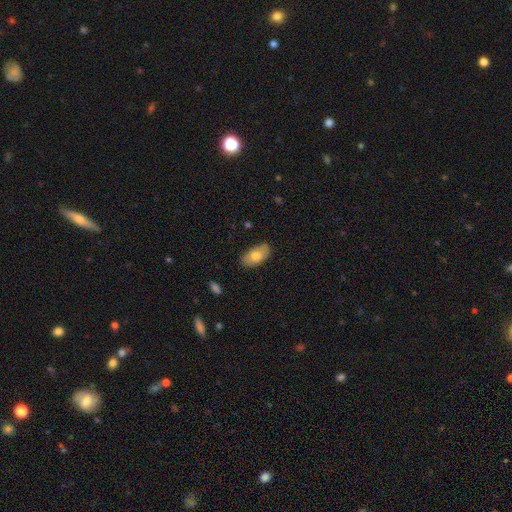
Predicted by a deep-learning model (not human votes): Smooth or featured: smooth — 74% (featured or disk — 20%)
How rounded: in between — 93% (round — 5%)
Merging: none — 82% (minor disturbance — 14%)